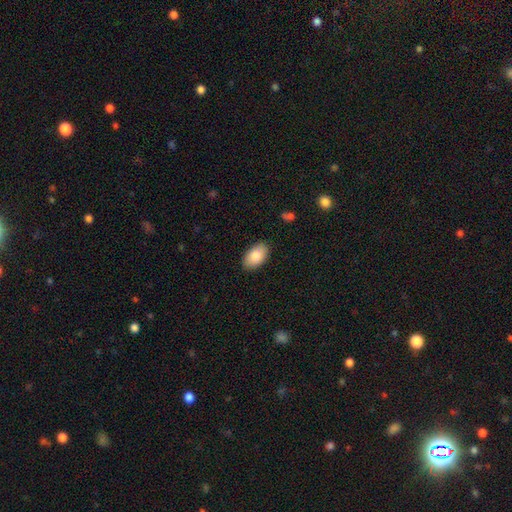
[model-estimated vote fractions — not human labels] Q: Smooth or featured?
A: smooth (85%); runner-up: featured or disk (8%)
Q: How rounded?
A: in between (94%); runner-up: round (4%)
Q: Merging?
A: none (88%); runner-up: minor disturbance (9%)